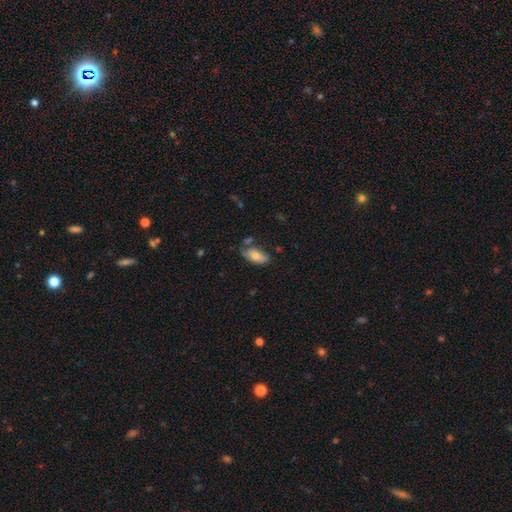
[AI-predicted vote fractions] Smooth or featured: smooth — 69% (featured or disk — 24%)
How rounded: in between — 90% (cigar-shaped — 7%)
Merging: none — 56% (minor disturbance — 26%)